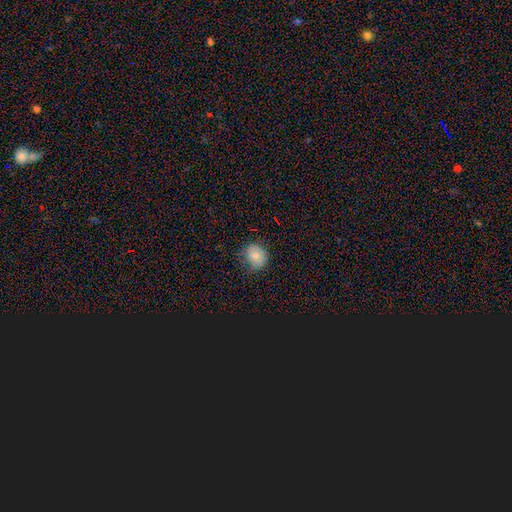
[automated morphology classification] type=smooth (77%); roundness=round (72%); merging=none (67%).